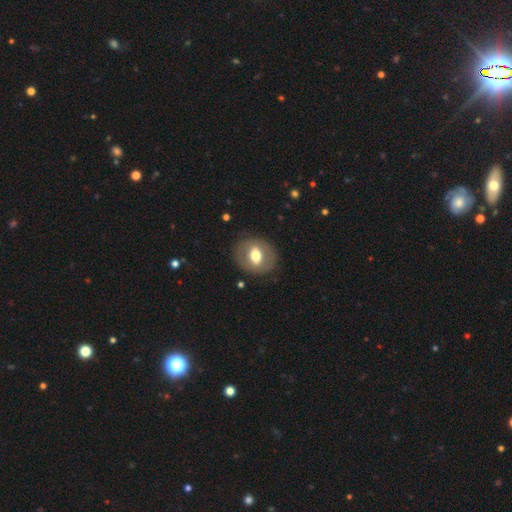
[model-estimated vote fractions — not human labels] smooth-or-featured: smooth: 55% | featured or disk: 38% | star or artifact: 7%
  how-rounded: round: 59% | in between: 40% | cigar-shaped: 1%
  merging: none: 84% | minor disturbance: 10% | major disturbance: 5% | merger: 1%